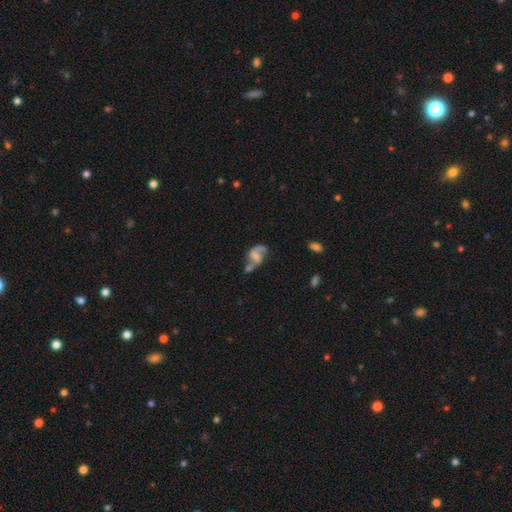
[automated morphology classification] Overall: featured or disk (76%). Edge-on disk: no (97%). Bar: weak (43%; no 42%). Spiral arms: yes (89%). Spiral arm count: 2 (87%). Spiral winding: loose (62%; medium 31%). Bulge size: none (41%; small 27%). Merging: none (39%; merger 26%).